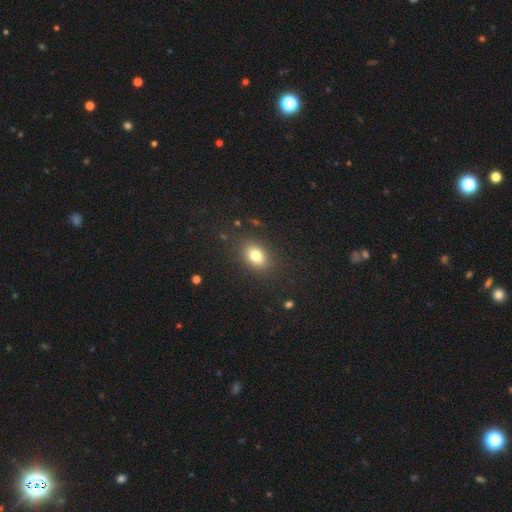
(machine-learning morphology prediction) smooth_or_featured: smooth (p=0.79) [alt: star or artifact p=0.11]
how_rounded: in between (p=0.74) [alt: round p=0.24]
merging: none (p=0.85) [alt: minor disturbance p=0.10]